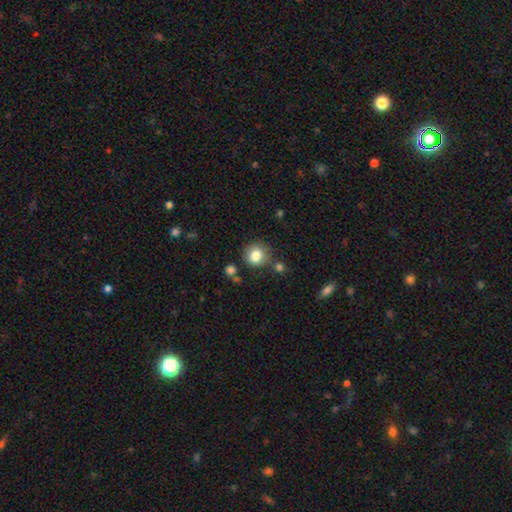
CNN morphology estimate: A smooth galaxy with no disk features (83%) that is round (87%).

Vote fractions:
- Smooth or featured? smooth: 83% / star or artifact: 10% / featured or disk: 7%
- How rounded? round: 87% / in between: 13% / cigar-shaped: 1%
- Merging? none: 78% / minor disturbance: 11% / merger: 7% / major disturbance: 3%